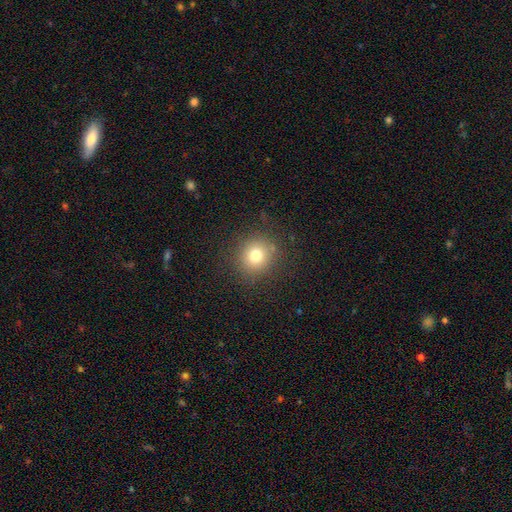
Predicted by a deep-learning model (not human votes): smooth-or-featured: smooth: 76% | star or artifact: 14% | featured or disk: 9%
  how-rounded: round: 89% | in between: 10% | cigar-shaped: 1%
  merging: none: 87% | minor disturbance: 8% | major disturbance: 4% | merger: 1%